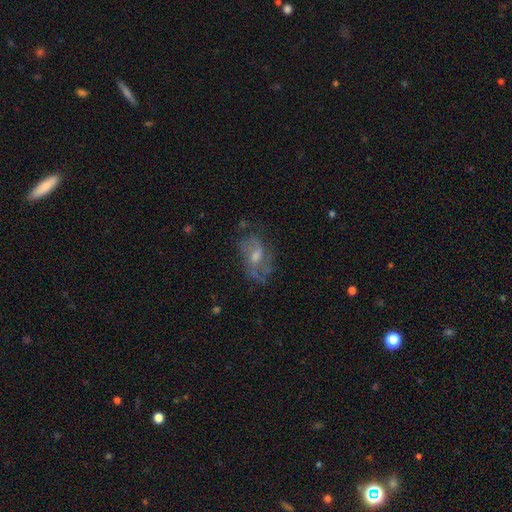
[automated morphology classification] featured or disk 67%, smooth 22%, star or artifact 11%. Down the decision tree: edge-on disk — no (95%); bar — weak (46%); spiral arms — yes (80%); spiral arm count — 2 (50%); spiral winding — medium (44%); bulge size — moderate (50%); merging — none (59%).